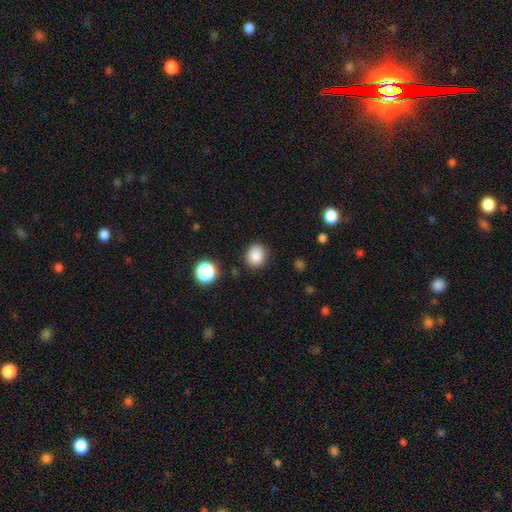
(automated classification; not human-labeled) The model was most divided on "how rounded": round: 71%, in between: 28%, cigar-shaped: 1%. More confident: smooth or featured — smooth (85%); merging — none (85%).